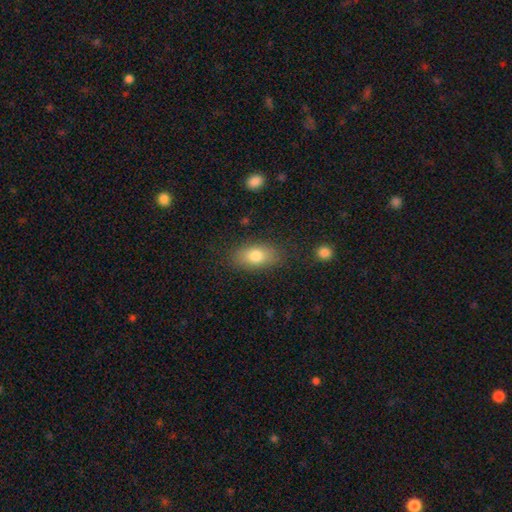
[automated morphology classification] Smooth or featured?
  - smooth: 78% *
  - featured or disk: 14%
  - star or artifact: 8%
How rounded?
  - in between: 86% *
  - round: 7%
  - cigar-shaped: 7%
Merging?
  - none: 83% *
  - minor disturbance: 12%
  - major disturbance: 4%
  - merger: 2%